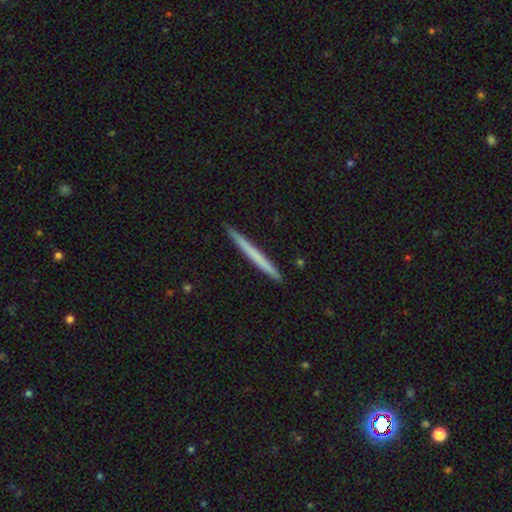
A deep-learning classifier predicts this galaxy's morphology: This is possibly a smooth galaxy (59%). How rounded: clearly cigar-shaped (97%). Merging: clearly none (92%).